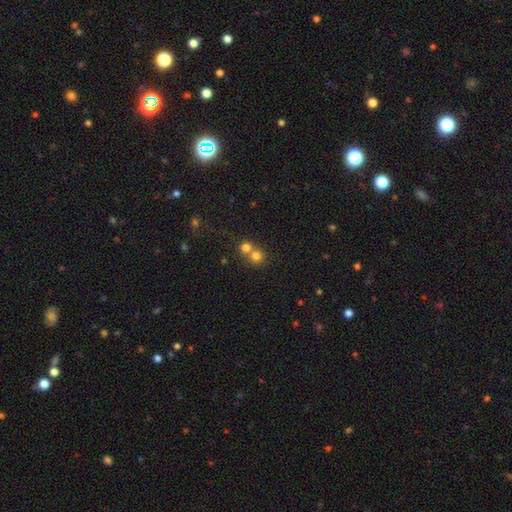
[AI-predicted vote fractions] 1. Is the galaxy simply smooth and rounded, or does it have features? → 75% smooth, 14% star or artifact, 11% featured or disk.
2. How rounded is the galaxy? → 88% round, 11% in between, 1% cigar-shaped.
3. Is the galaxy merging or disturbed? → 53% merger, 40% none, 4% minor disturbance, 2% major disturbance.